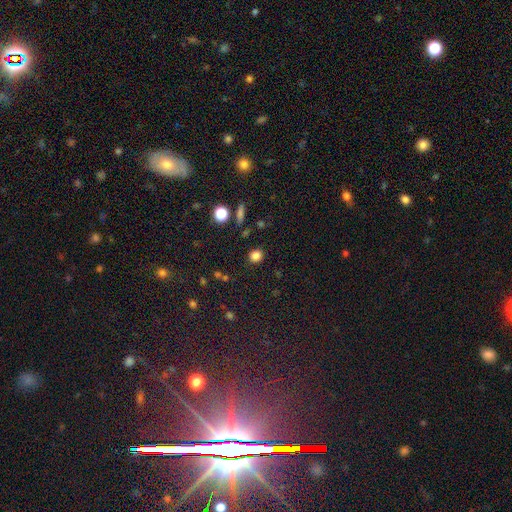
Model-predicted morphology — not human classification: This appears to be a smooth galaxy with no disk features (82%) that is round (76%). Merging: none (87%).